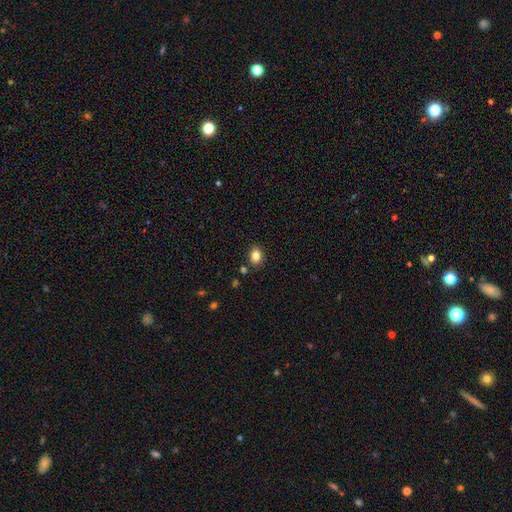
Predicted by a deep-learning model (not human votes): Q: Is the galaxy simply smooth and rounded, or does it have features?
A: smooth — 84%.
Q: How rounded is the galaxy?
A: in between — 64%.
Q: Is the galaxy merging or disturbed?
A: none — 85%.